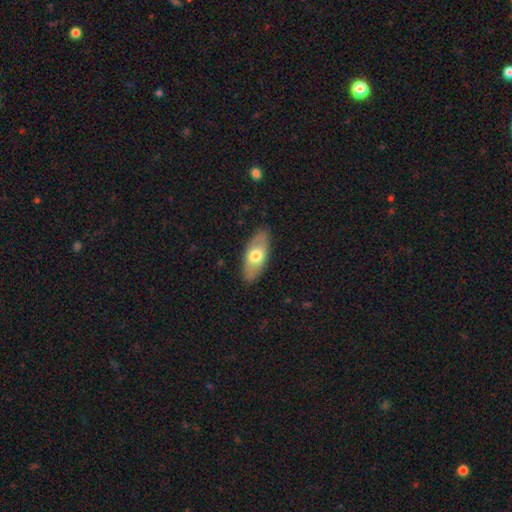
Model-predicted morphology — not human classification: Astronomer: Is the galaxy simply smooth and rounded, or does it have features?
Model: smooth — 62%.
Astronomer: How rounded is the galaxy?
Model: in between — 86%.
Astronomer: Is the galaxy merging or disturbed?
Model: none — 87%.